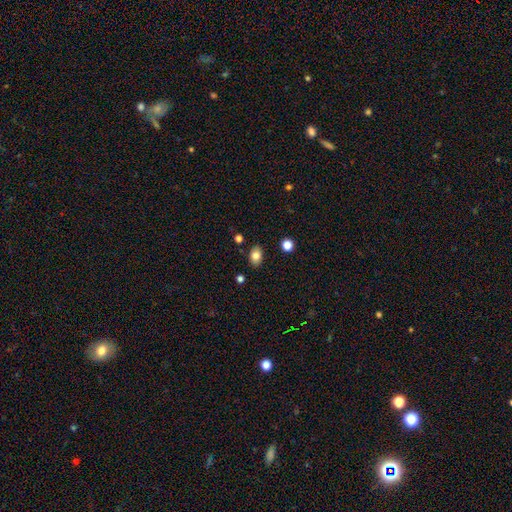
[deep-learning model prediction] Smooth or featured: smooth — 81% (featured or disk — 9%)
How rounded: in between — 83% (round — 16%)
Merging: none — 86% (minor disturbance — 10%)